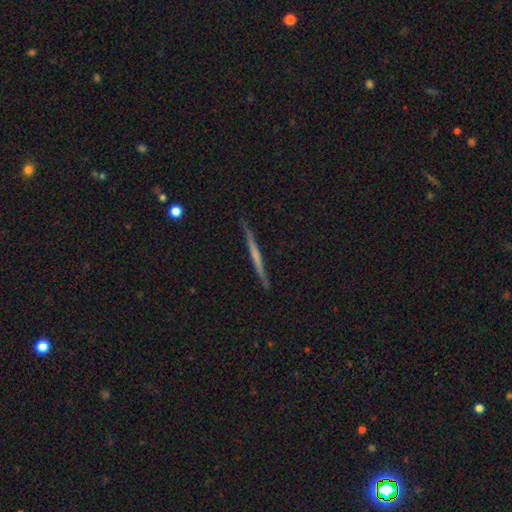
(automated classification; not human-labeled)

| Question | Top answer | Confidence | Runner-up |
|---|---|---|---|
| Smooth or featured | featured or disk | 59% | smooth (35%) |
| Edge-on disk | yes | 98% | no (2%) |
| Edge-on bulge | none | 80% | rounded (13%) |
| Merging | none | 90% | minor disturbance (8%) |